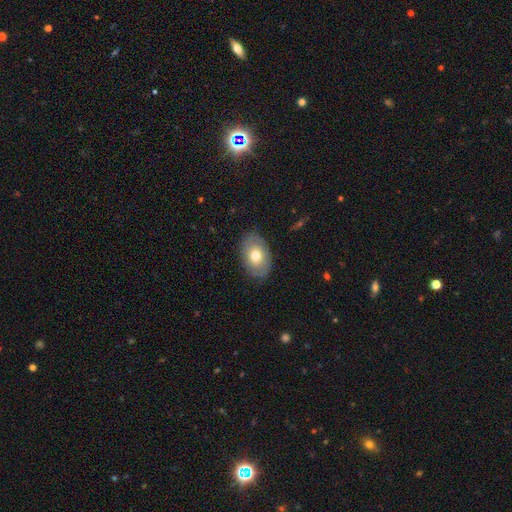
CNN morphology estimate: This appears to be a smooth galaxy with no disk features (56%) that is in between round and cigar-shaped (84%). Merging: none (83%).